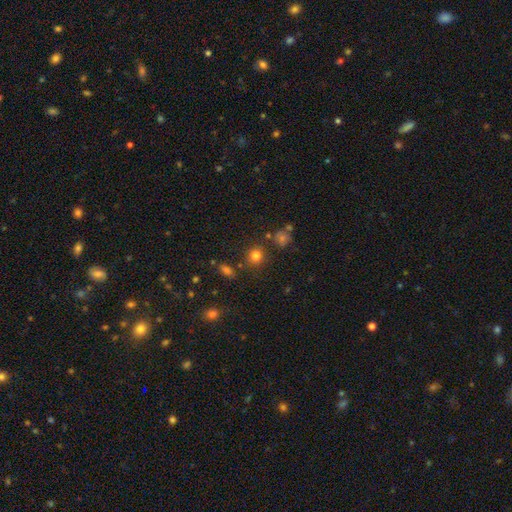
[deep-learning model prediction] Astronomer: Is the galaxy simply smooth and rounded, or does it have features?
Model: smooth — 78%.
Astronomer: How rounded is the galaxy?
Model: round — 85%.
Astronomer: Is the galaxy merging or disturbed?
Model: none — 80%.